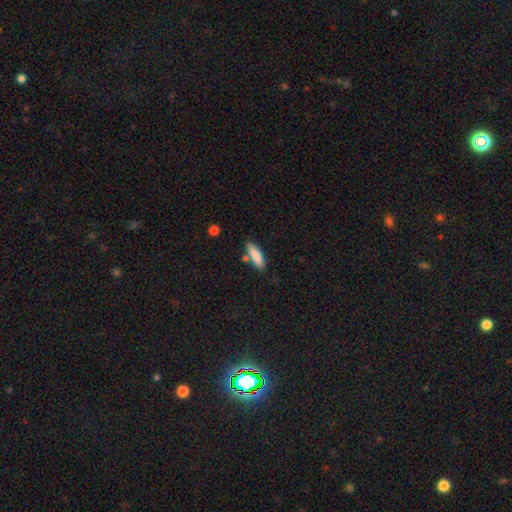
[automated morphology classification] type=smooth (84%); roundness=cigar-shaped (51%); merging=none (73%).